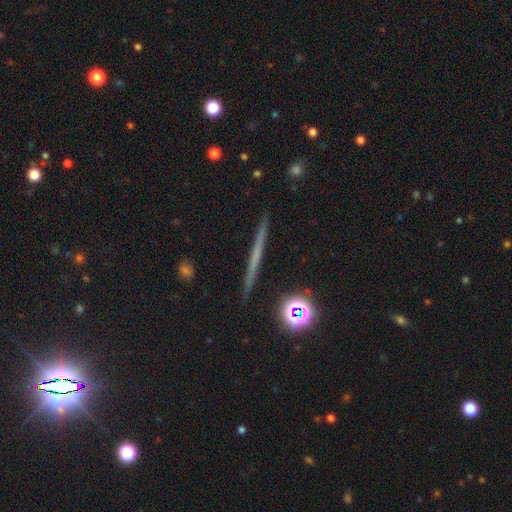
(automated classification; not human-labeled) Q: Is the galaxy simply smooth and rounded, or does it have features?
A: featured or disk — 50%.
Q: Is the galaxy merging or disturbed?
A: none — 92%.